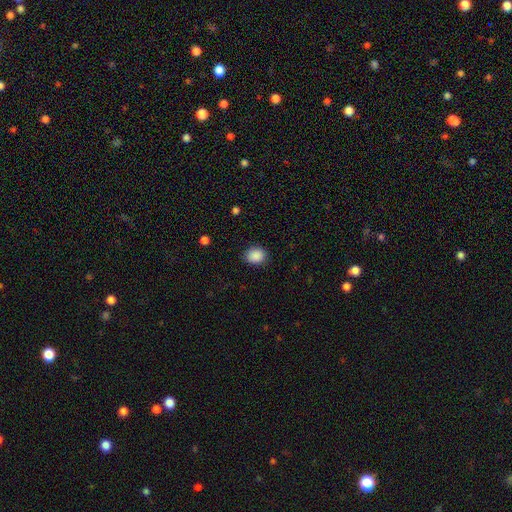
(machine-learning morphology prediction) Smooth or featured? smooth (89%)
How rounded? round (53%)
Merging? none (86%)